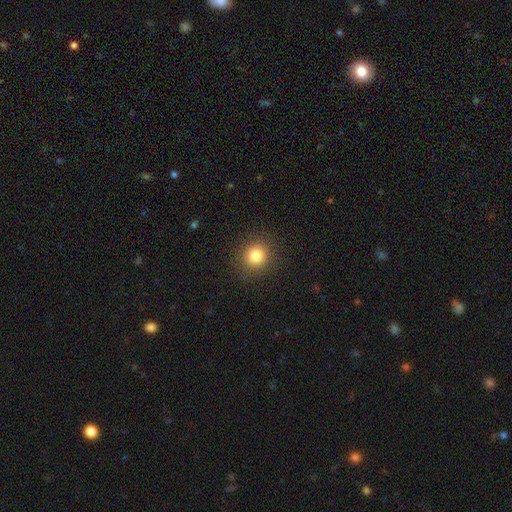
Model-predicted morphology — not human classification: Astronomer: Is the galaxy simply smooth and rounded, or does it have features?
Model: smooth — 82%.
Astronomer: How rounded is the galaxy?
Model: round — 89%.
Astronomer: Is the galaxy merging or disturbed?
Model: none — 89%.